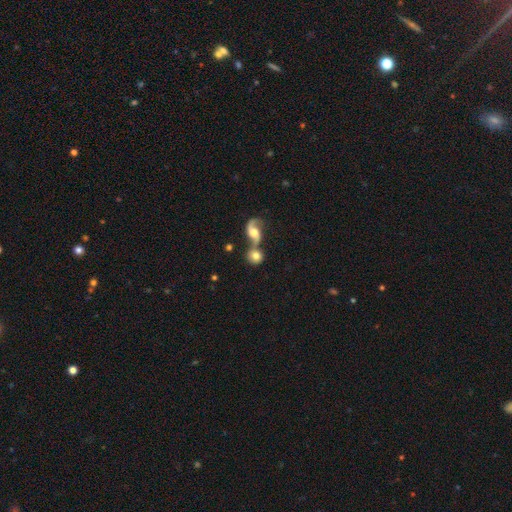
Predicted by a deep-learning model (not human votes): Morphology: type=smooth (60%); roundness=round (78%); merging=merger (52%).